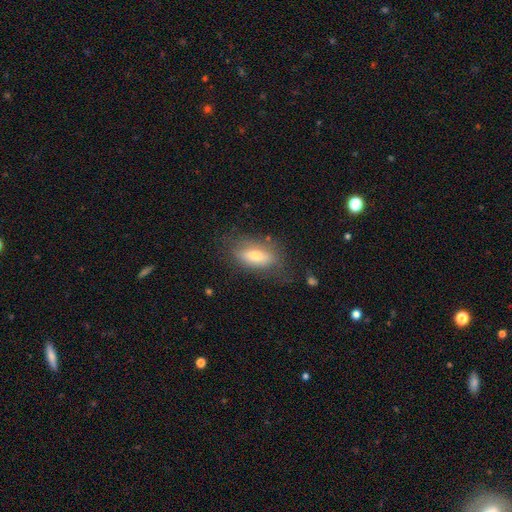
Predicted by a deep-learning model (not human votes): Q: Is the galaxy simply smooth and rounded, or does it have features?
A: smooth — 65%.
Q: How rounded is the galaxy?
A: in between — 82%.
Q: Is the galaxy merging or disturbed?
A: none — 67%.